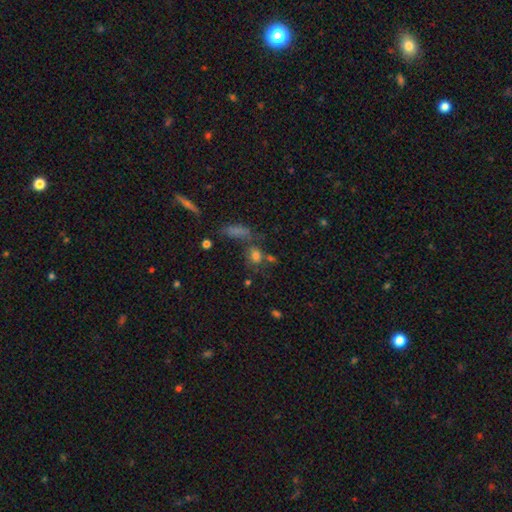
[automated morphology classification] A smooth galaxy with no disk features (71%) that is round (56%). Merging: none (57%).